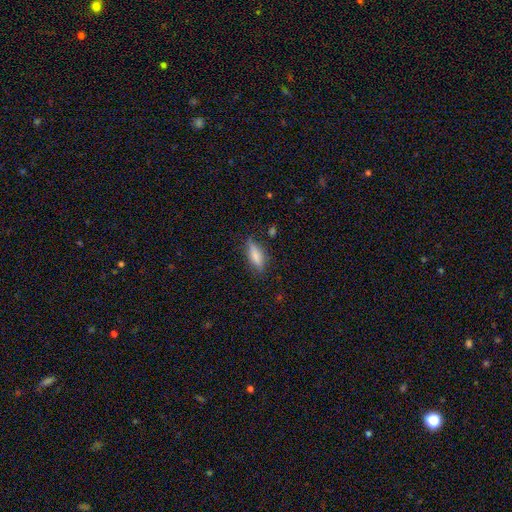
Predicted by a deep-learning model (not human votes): smooth_or_featured: smooth (p=0.72) [alt: featured or disk p=0.21]
how_rounded: in between (p=0.53) [alt: cigar-shaped p=0.45]
merging: none (p=0.77) [alt: minor disturbance p=0.17]